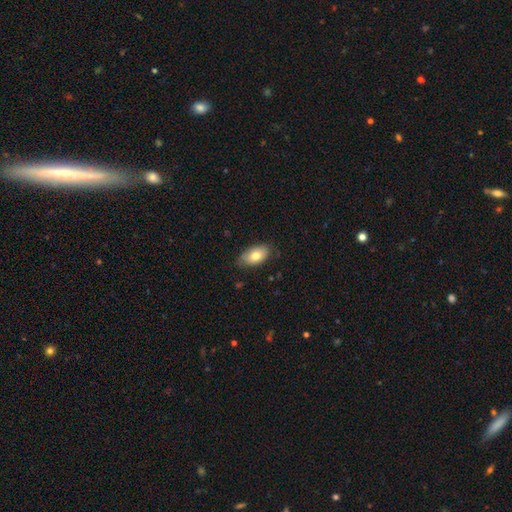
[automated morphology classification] Q: Smooth or featured?
A: smooth (76%); runner-up: featured or disk (17%)
Q: How rounded?
A: in between (93%); runner-up: round (5%)
Q: Merging?
A: none (75%); runner-up: minor disturbance (20%)